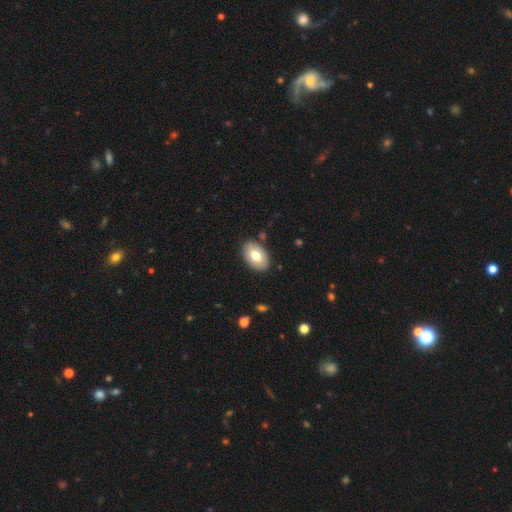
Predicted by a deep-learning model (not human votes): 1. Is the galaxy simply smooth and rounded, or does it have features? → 72% smooth, 21% featured or disk, 7% star or artifact.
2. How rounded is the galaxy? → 89% in between, 10% round, 1% cigar-shaped.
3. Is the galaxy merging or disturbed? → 86% none, 10% minor disturbance, 2% major disturbance, 2% merger.